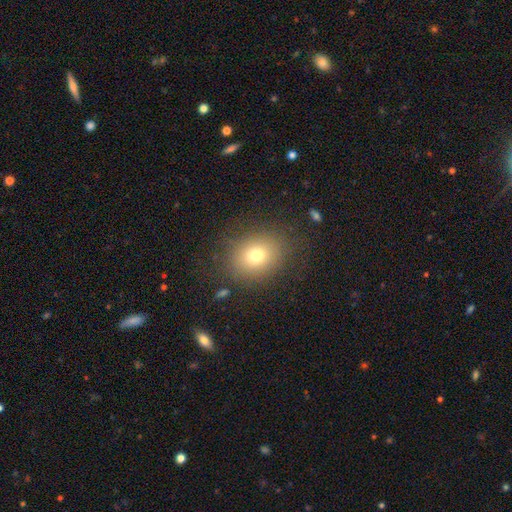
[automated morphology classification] A smooth galaxy with no disk features (74%) that is round (58%). Merging: none (82%).